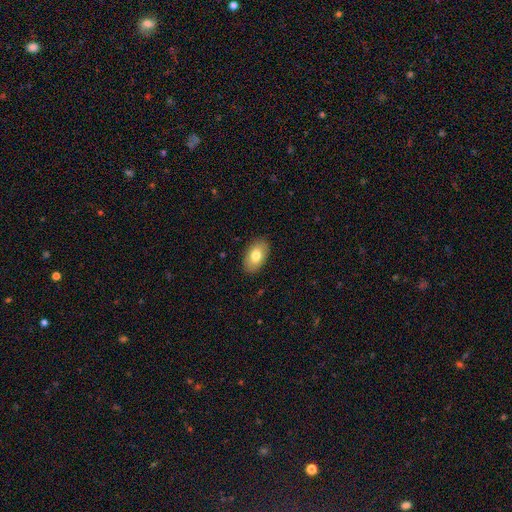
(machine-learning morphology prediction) Smooth or featured: smooth — 77% (featured or disk — 16%)
How rounded: in between — 93% (round — 6%)
Merging: none — 88% (minor disturbance — 9%)